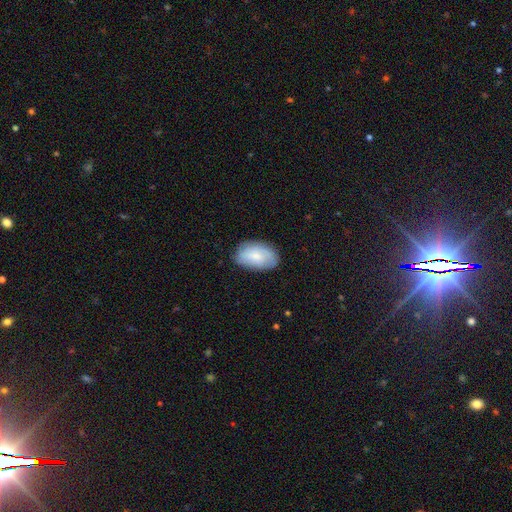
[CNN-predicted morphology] Q: Smooth or featured?
A: smooth (66%); runner-up: featured or disk (27%)
Q: How rounded?
A: in between (92%); runner-up: round (6%)
Q: Merging?
A: none (79%); runner-up: minor disturbance (17%)